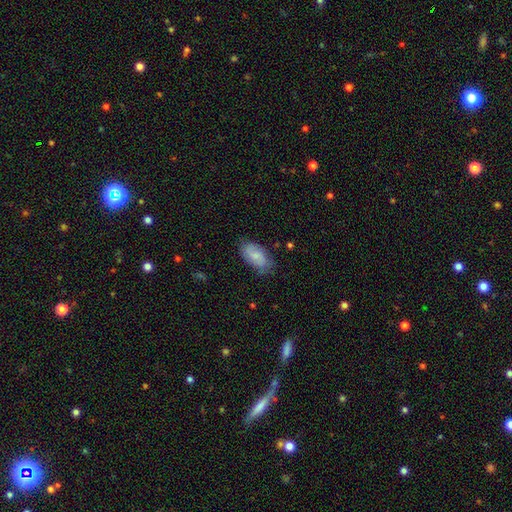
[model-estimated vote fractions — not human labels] Smooth or featured? Predicted: smooth (p=0.64). How rounded? Predicted: in between (p=0.93). Merging? Predicted: none (p=0.74).